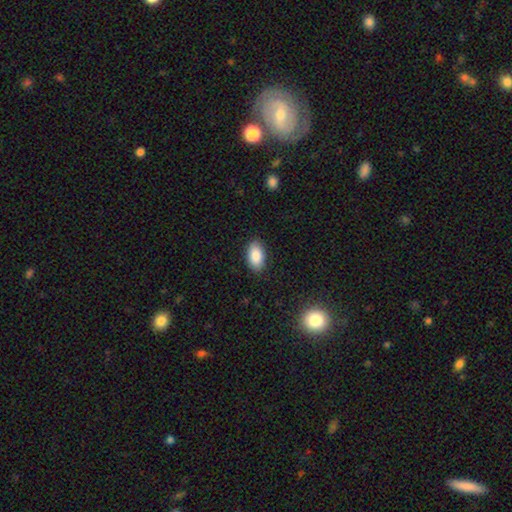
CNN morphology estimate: Overall: smooth (88%). How rounded: in between (94%). Merging: none (87%).